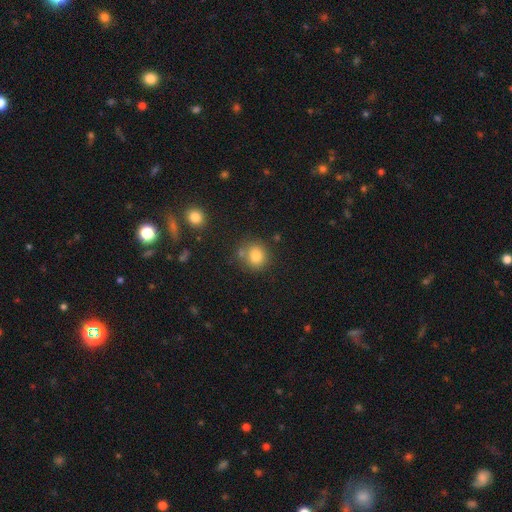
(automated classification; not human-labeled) smooth 80%, star or artifact 11%, featured or disk 9%. Down the decision tree: how rounded — round (85%); merging — none (71%).